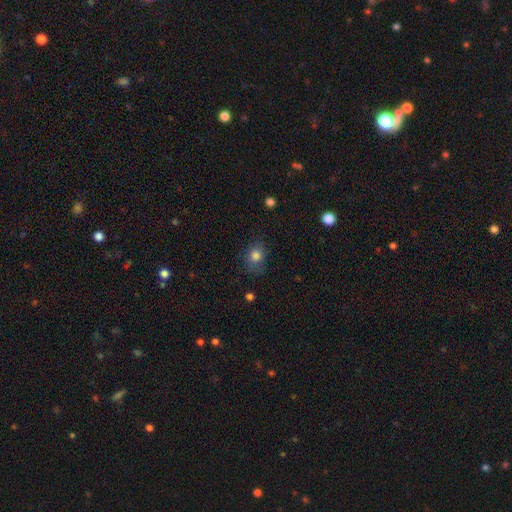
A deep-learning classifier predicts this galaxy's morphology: Smooth or featured: smooth — 81% (star or artifact — 11%)
How rounded: round — 61% (in between — 38%)
Merging: none — 66% (minor disturbance — 23%)